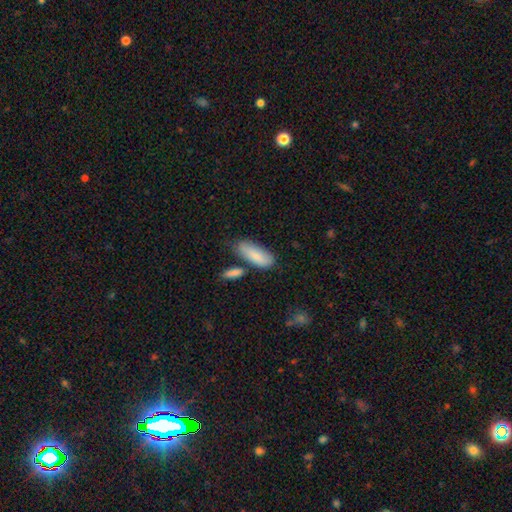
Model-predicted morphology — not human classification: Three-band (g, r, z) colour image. It shows a smooth galaxy with no disk features (82%) that is in between round and cigar-shaped (76%). Merging: none (60%).